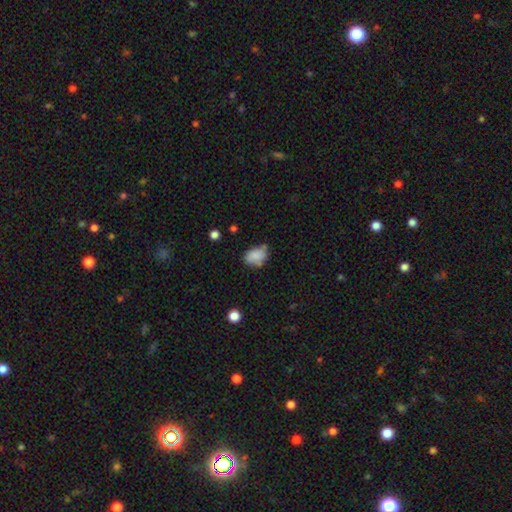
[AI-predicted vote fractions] The model was most divided on "merging": none: 57%, minor disturbance: 29%, merger: 8%, major disturbance: 7%. More confident: smooth or featured — smooth (83%); how rounded — in between (72%).